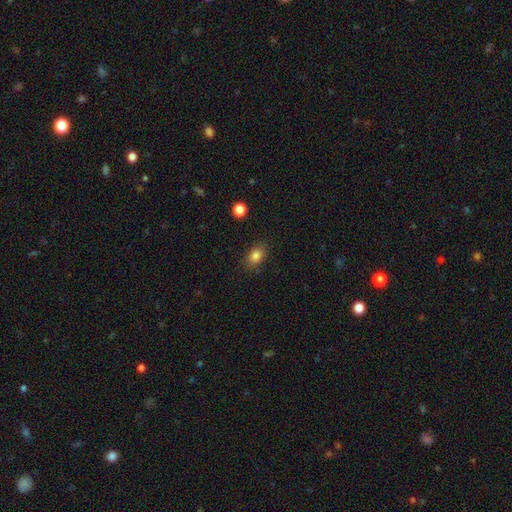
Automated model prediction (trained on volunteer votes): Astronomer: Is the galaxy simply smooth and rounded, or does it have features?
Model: smooth — 83%.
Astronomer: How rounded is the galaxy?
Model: in between — 76%.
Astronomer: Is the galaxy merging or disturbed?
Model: none — 84%.